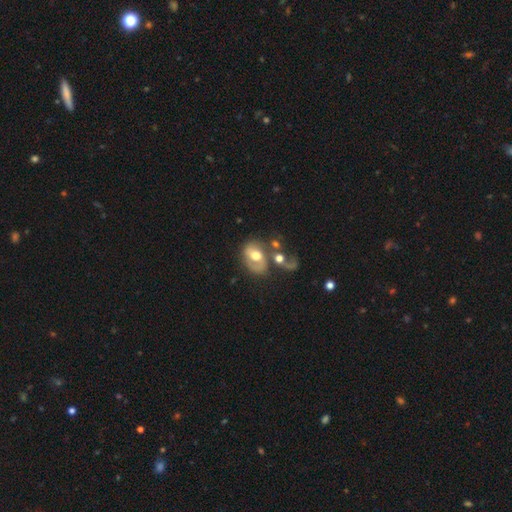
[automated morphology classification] A featured or disk galaxy (51%).

Vote fractions:
- Smooth or featured? featured or disk: 51% / smooth: 40% / star or artifact: 9%
- Edge-on disk? no: 96% / yes: 4%
- Merging? none: 41% / merger: 26% / minor disturbance: 18% / major disturbance: 15%